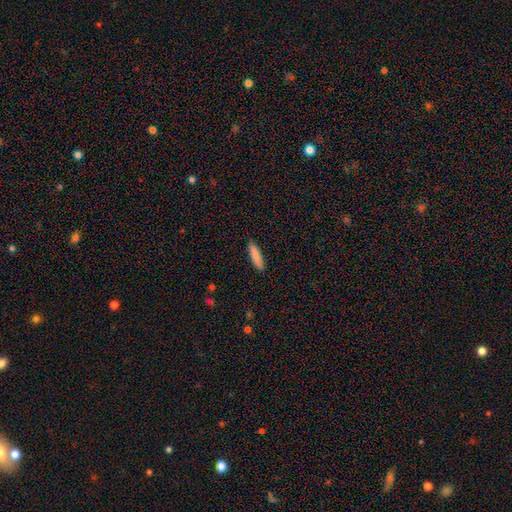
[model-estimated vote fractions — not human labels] The model was most divided on "how rounded": cigar-shaped: 72%, in between: 27%, round: 2%. More confident: merging — none (89%); smooth or featured — smooth (84%).